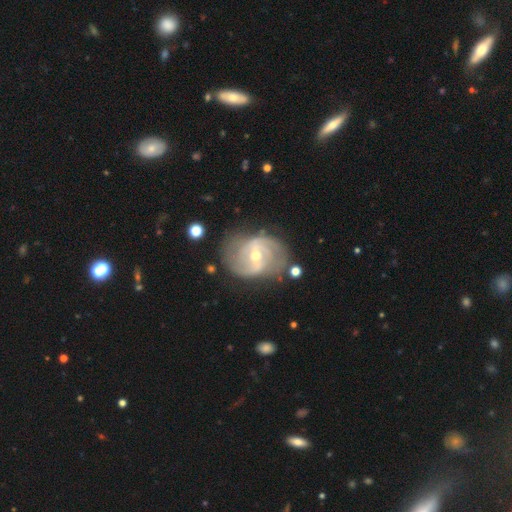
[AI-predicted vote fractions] smooth-or-featured: featured or disk: 86% | smooth: 8% | star or artifact: 6%
  disk-edge-on: no: 97% | yes: 3%
    bar: weak: 48% | strong: 27% | no: 25%
    has-spiral-arms: yes: 93% | no: 7%
      spiral-winding: medium: 45% | tight: 33% | loose: 21%
      spiral-arm-count: 2: 69% | can't tell: 14% | 3: 9% | 4: 3% | 1: 3% | more than 4: 2%
    bulge-size: moderate: 50% | small: 47% | large: 2% | none: 1% | dominant: 1%
  merging: none: 68% | minor disturbance: 20% | major disturbance: 9% | merger: 3%